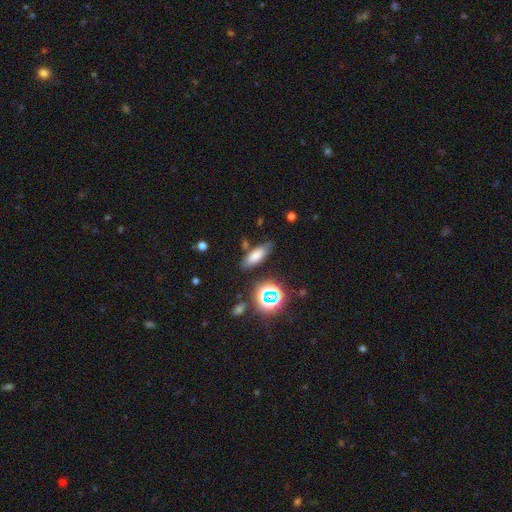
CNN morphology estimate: Overall: smooth (71%). How rounded: in between (62%; cigar-shaped 32%). Merging: none (77%).